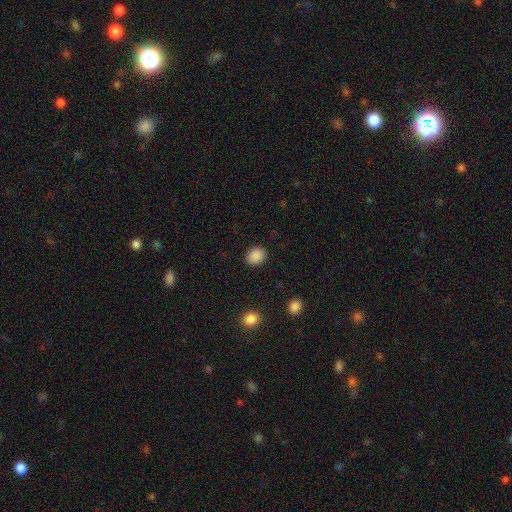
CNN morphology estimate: The model was most divided on "how rounded": round: 68%, in between: 31%, cigar-shaped: 1%. More confident: merging — none (89%); smooth or featured — smooth (88%).